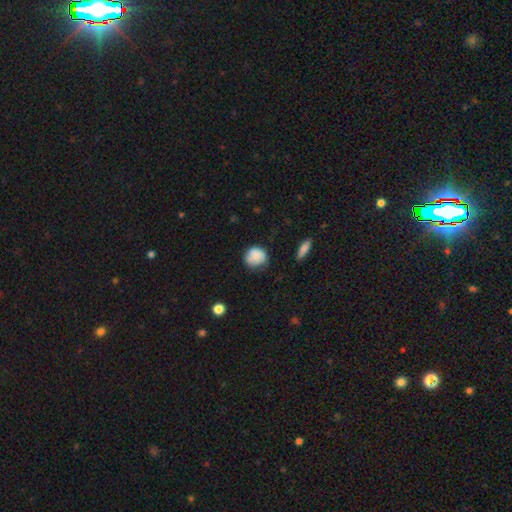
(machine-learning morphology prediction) Smooth or featured? smooth (79%)
How rounded? round (82%)
Merging? none (63%)